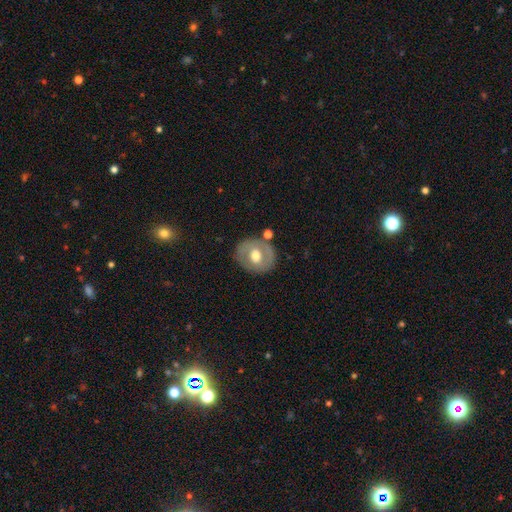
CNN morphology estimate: smooth-or-featured: featured or disk: 47% (tied) | smooth: 47% (tied) | star or artifact: 6%
  merging: none: 77% | minor disturbance: 13% | merger: 6% | major disturbance: 5%